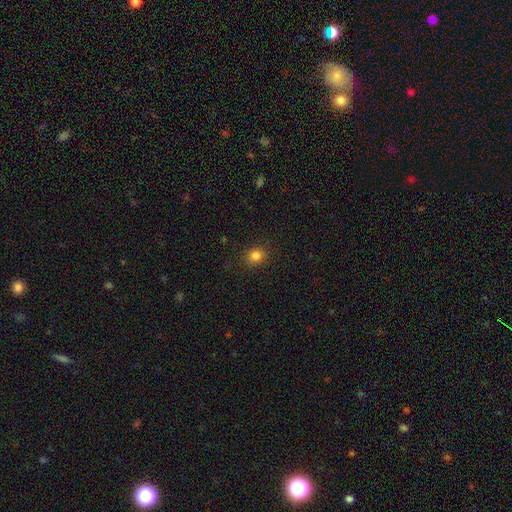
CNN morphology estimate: This appears to be a smooth galaxy with no disk features (83%) that is round (70%). Merging: none (88%).